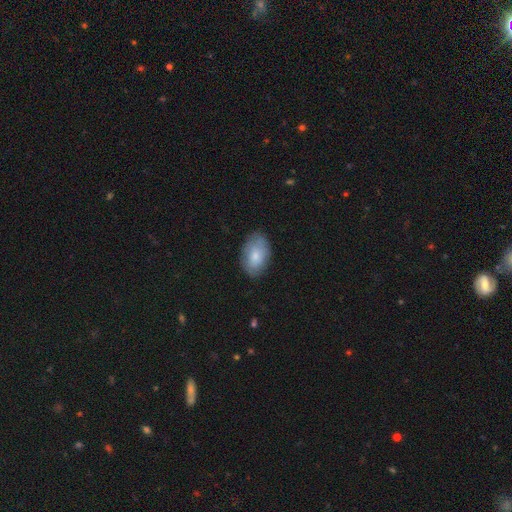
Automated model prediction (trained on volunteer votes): A smooth galaxy with no disk features (76%) that is in between round and cigar-shaped (91%).

Vote fractions:
- Smooth or featured? smooth: 76% / featured or disk: 18% / star or artifact: 6%
- How rounded? in between: 91% / round: 8% / cigar-shaped: 1%
- Merging? none: 79% / minor disturbance: 16% / major disturbance: 4% / merger: 1%